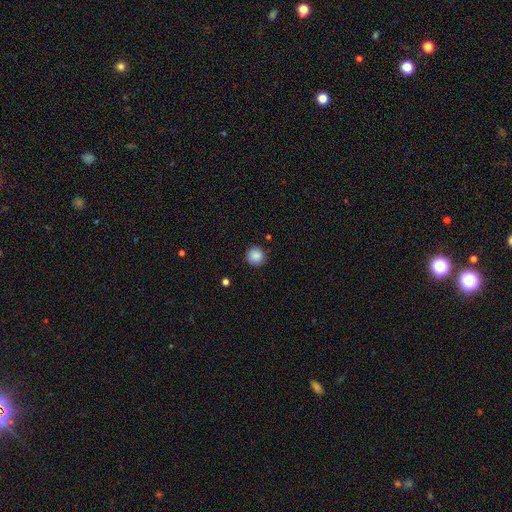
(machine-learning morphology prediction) This appears to be a smooth galaxy with no disk features (88%) that is round (93%). Merging: none (89%).